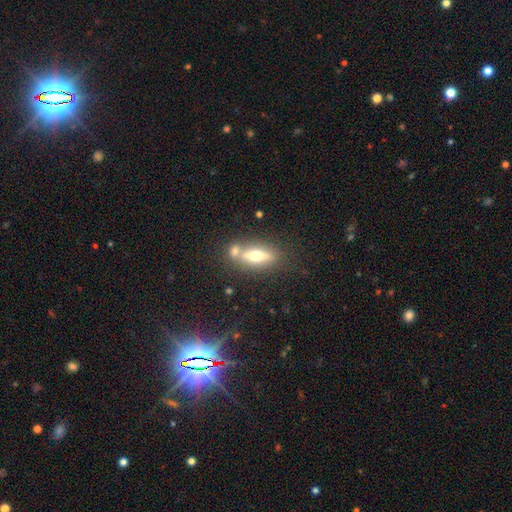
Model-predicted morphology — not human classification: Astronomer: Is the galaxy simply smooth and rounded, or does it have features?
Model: smooth — 48% (runner-up: featured or disk, 44%).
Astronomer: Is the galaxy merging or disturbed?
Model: none — 58%.